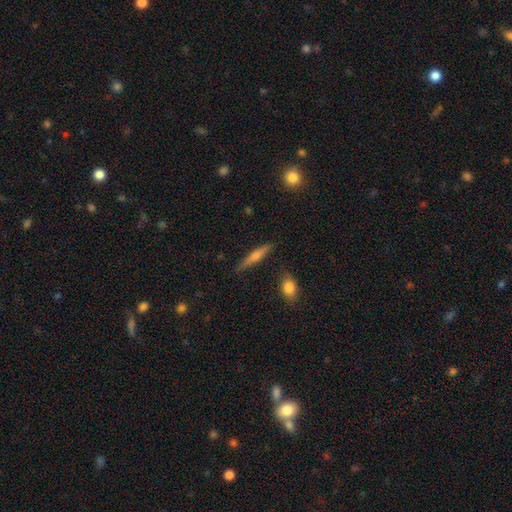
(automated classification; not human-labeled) A smooth galaxy with no disk features (50%) that is cigar-shaped (87%).

Vote fractions:
- Smooth or featured? smooth: 50% / featured or disk: 43% / star or artifact: 7%
- How rounded? cigar-shaped: 87% / in between: 10% / round: 3%
- Merging? none: 84% / minor disturbance: 11% / merger: 2% / major disturbance: 2%